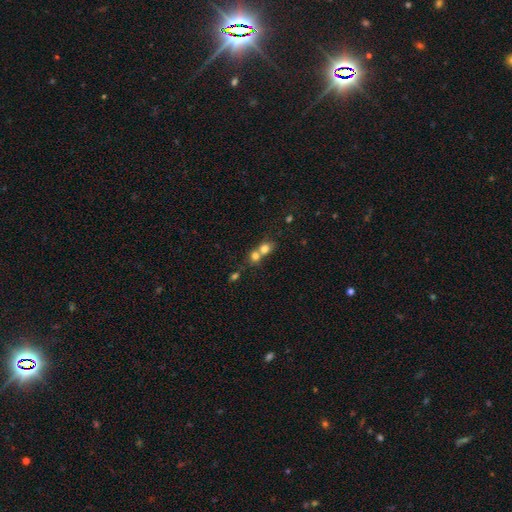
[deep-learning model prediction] Smooth or featured? smooth (75%)
How rounded? round (71%)
Merging? merger (64%)